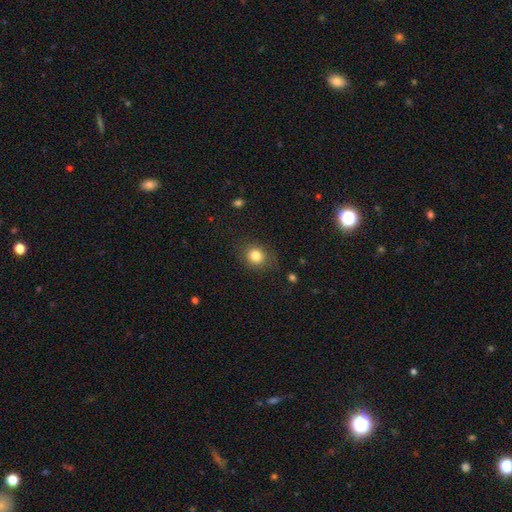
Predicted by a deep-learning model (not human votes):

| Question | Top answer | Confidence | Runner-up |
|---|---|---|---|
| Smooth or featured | smooth | 83% | star or artifact (11%) |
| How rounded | round | 73% | in between (26%) |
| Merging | none | 80% | minor disturbance (14%) |